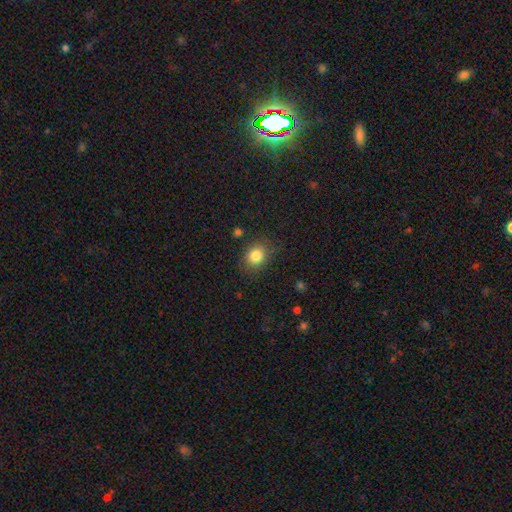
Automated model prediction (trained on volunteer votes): smooth-or-featured: smooth: 83% | star or artifact: 10% | featured or disk: 7%
  how-rounded: round: 58% | in between: 41% | cigar-shaped: 1%
  merging: none: 80% | minor disturbance: 14% | major disturbance: 4% | merger: 2%